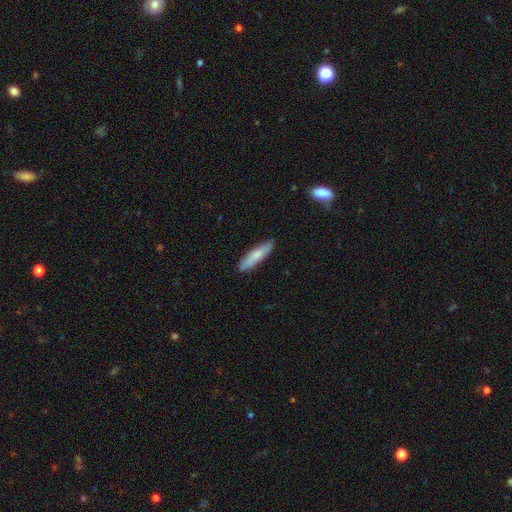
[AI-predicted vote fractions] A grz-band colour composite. It shows a smooth galaxy with no disk features (74%) that is cigar-shaped (74%). Merging: none (85%).